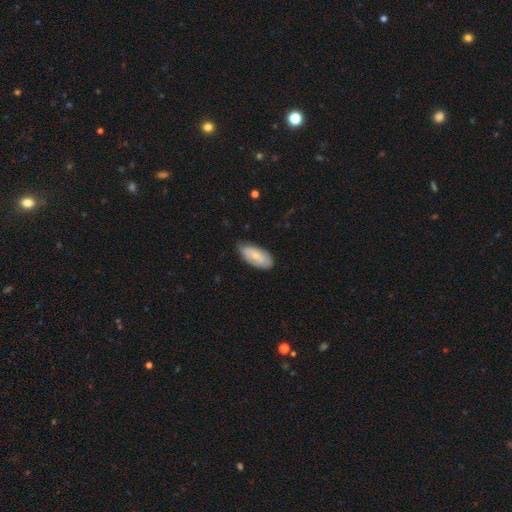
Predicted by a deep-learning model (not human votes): Smooth or featured: smooth — 63% (featured or disk — 31%)
How rounded: in between — 92% (cigar-shaped — 6%)
Merging: none — 67% (minor disturbance — 27%)